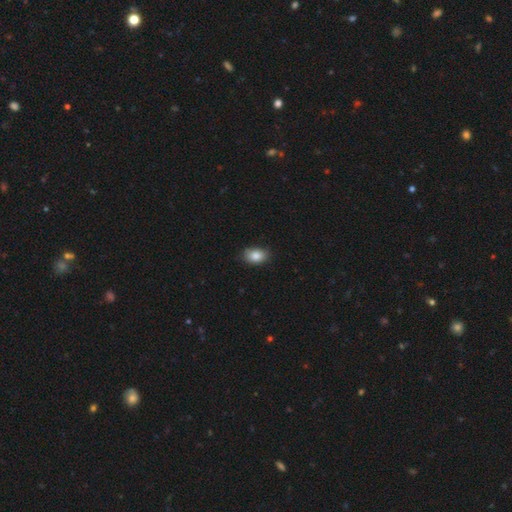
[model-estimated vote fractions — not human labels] Smooth or featured? smooth (85%)
How rounded? in between (82%)
Merging? none (82%)